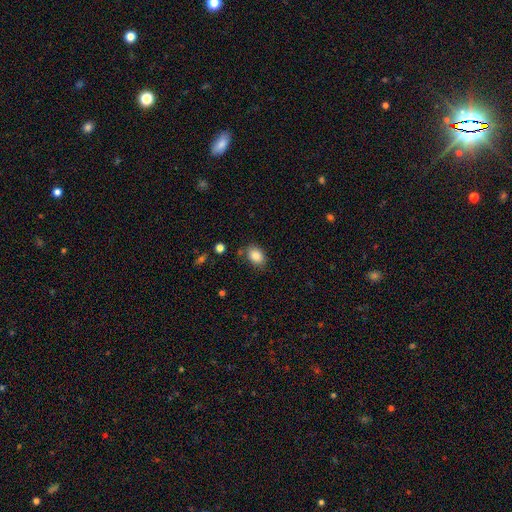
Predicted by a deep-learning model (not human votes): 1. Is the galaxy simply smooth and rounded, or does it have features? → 85% smooth, 9% star or artifact, 6% featured or disk.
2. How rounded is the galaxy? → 74% in between, 25% round, 1% cigar-shaped.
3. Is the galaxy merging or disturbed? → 78% none, 15% minor disturbance, 3% merger, 3% major disturbance.